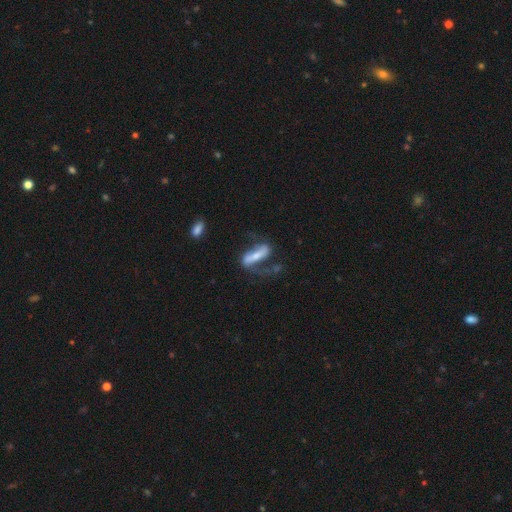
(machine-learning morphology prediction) smooth-or-featured: featured or disk: 65% | smooth: 29% | star or artifact: 6%
  disk-edge-on: no: 75% | yes: 25%
  merging: none: 45% | major disturbance: 30% | minor disturbance: 21% | merger: 5%